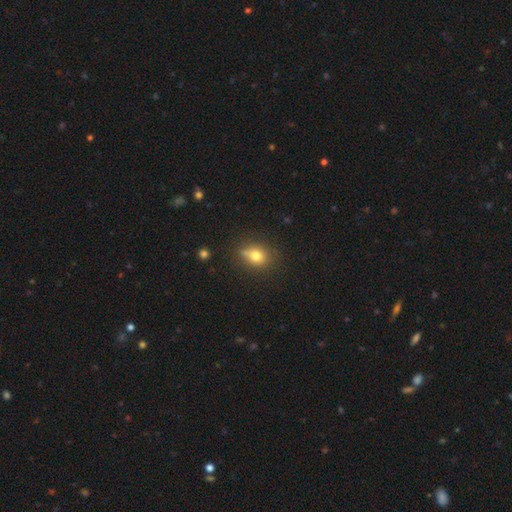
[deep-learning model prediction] Smooth or featured: smooth — 74% (featured or disk — 13%)
How rounded: round — 50% (in between — 47%)
Merging: none — 65% (minor disturbance — 23%)